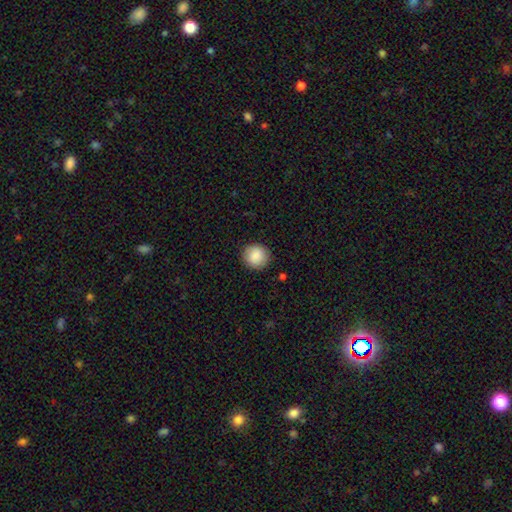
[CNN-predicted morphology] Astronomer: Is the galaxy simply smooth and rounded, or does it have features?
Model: smooth — 88%.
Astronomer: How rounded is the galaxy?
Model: round — 92%.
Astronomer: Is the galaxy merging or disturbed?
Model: none — 90%.